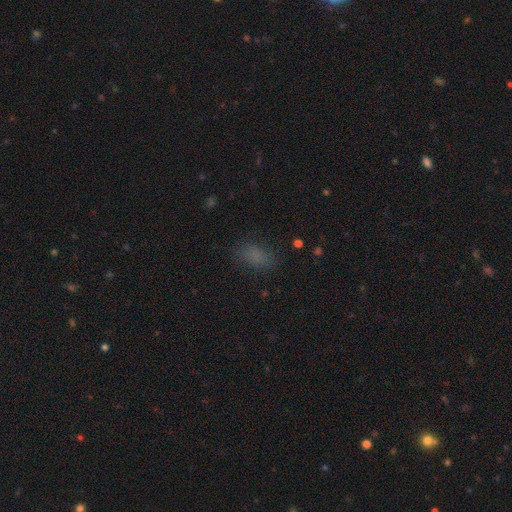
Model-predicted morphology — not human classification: smooth 76%, star or artifact 17%, featured or disk 7%. Down the decision tree: how rounded — in between (86%); merging — none (74%).